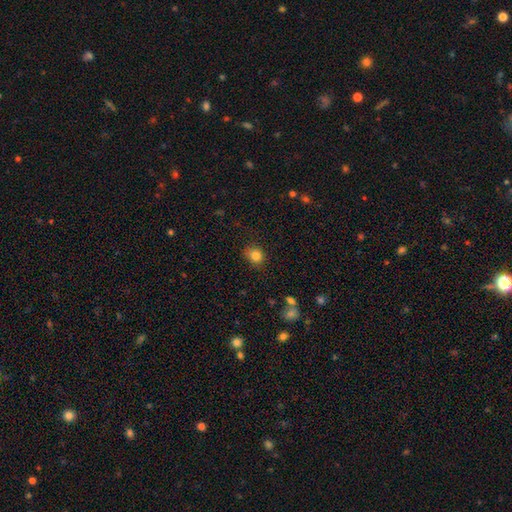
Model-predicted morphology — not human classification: This appears to be a smooth galaxy with no disk features (82%) that is round (69%). Merging: none (81%).